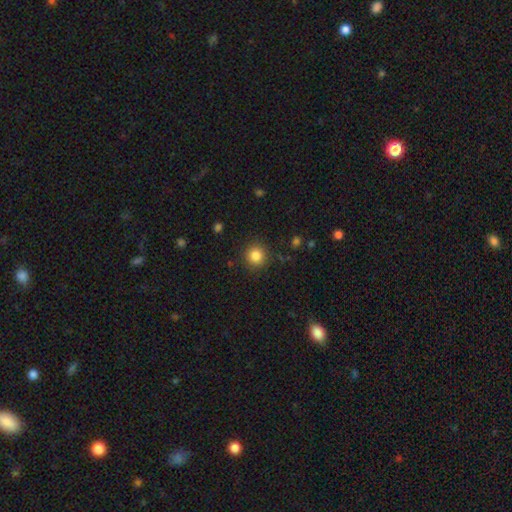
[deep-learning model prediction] This appears to be a smooth galaxy with no disk features (84%) that is round (93%). Merging: none (89%).